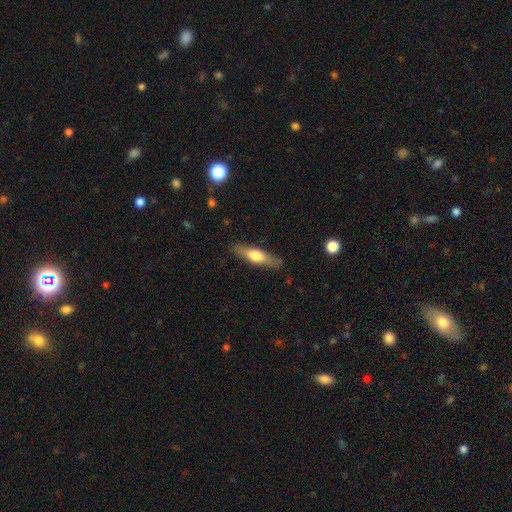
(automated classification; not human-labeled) Smooth or featured: smooth — 53% (featured or disk — 42%)
How rounded: cigar-shaped — 67% (in between — 31%)
Merging: none — 84% (minor disturbance — 12%)